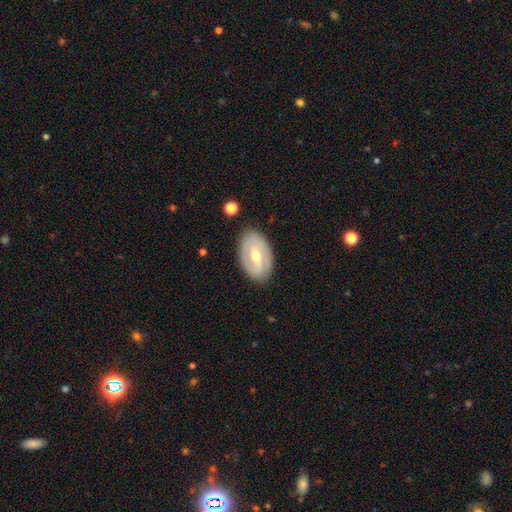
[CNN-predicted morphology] This is likely a featured or disk galaxy (71%). It is clearly not viewed edge-on (93%). Bar: marginally weak (44%). Spiral arm pattern: likely yes (67%). Central bulge: possibly moderate (57%). Merging: clearly none (84%).